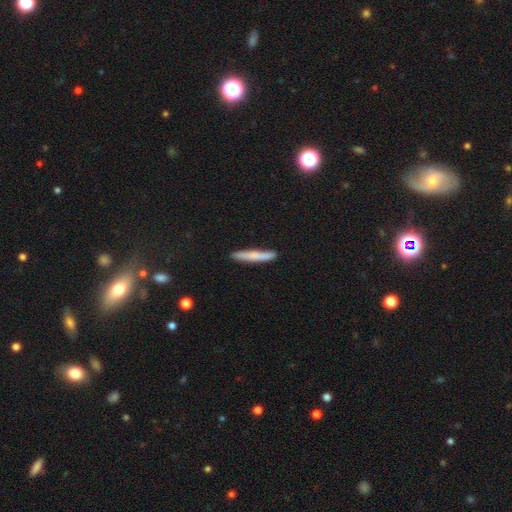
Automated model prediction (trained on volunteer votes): Smooth or featured?
  - smooth: 71% *
  - featured or disk: 23%
  - star or artifact: 6%
How rounded?
  - cigar-shaped: 95% *
  - in between: 4%
  - round: 1%
Merging?
  - none: 87% *
  - minor disturbance: 10%
  - major disturbance: 2%
  - merger: 1%